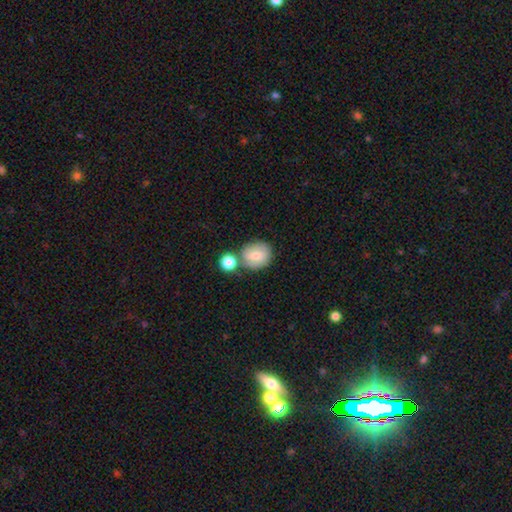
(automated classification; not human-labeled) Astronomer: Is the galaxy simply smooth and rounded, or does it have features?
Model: smooth — 66%.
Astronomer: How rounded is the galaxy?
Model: round — 74%.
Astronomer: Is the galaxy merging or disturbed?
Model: none — 53%.